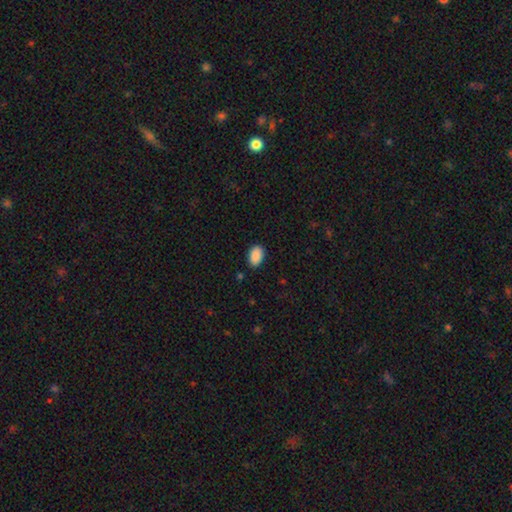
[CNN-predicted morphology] Smooth or featured: smooth — 90% (star or artifact — 7%)
How rounded: in between — 89% (round — 10%)
Merging: none — 88% (minor disturbance — 9%)